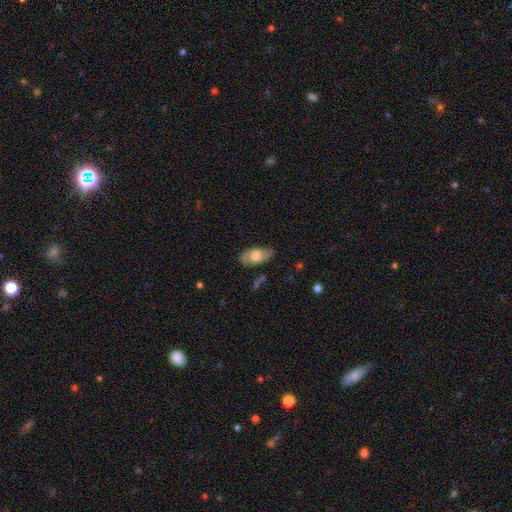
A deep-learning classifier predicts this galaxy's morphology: type=featured or disk (49%); merging=none (76%).